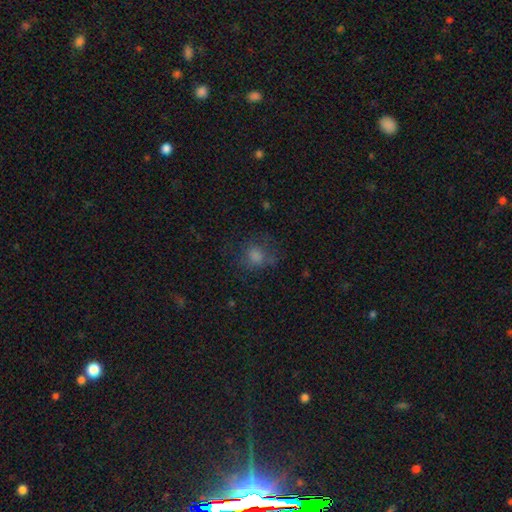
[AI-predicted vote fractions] Overall: smooth (63%). How rounded: round (71%). Merging: none (62%).